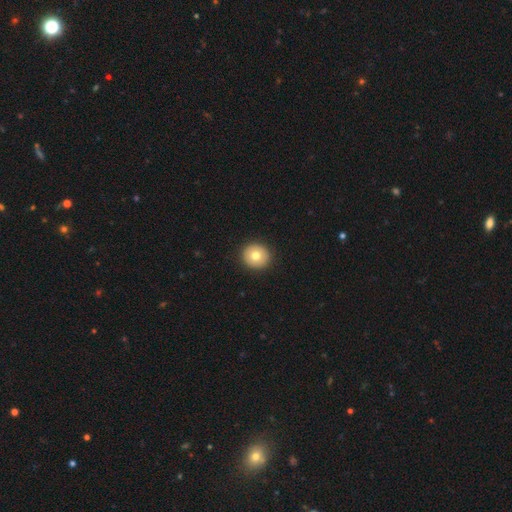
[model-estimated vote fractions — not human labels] This is likely a smooth galaxy (75%). How rounded: clearly round (91%). Merging: clearly none (93%).